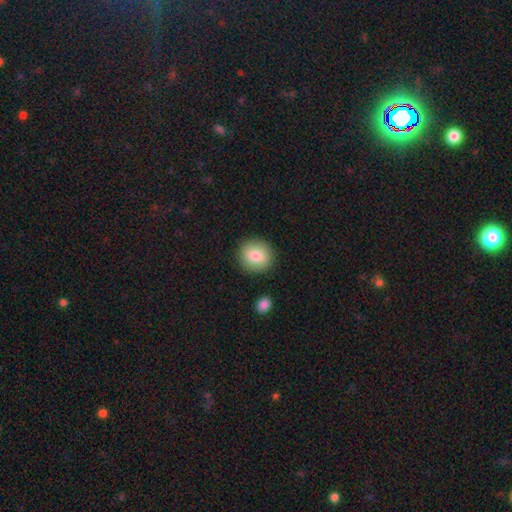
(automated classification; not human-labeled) The model was most divided on "smooth or featured": smooth: 82%, featured or disk: 10%, star or artifact: 8%. More confident: merging — none (88%); how rounded — round (86%).